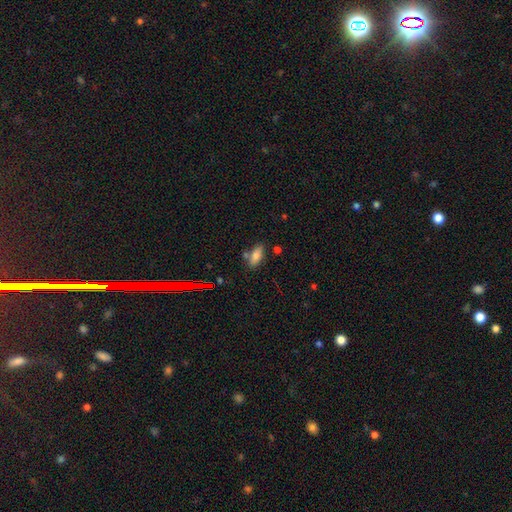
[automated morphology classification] smooth-or-featured: smooth: 79% | featured or disk: 11% | star or artifact: 10%
  how-rounded: in between: 80% | cigar-shaped: 17% | round: 3%
  merging: none: 68% | minor disturbance: 15% | merger: 13% | major disturbance: 4%